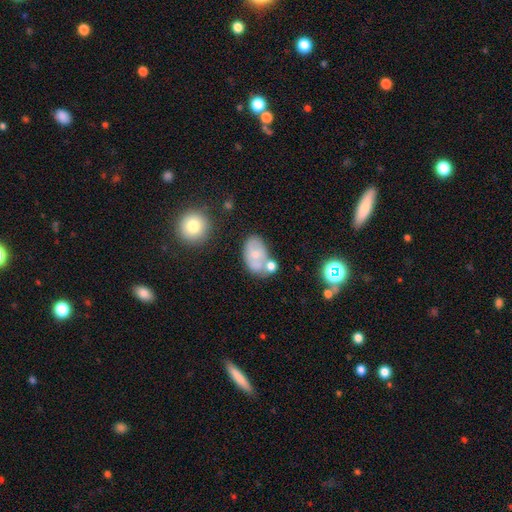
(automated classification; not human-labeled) Morphology: type=smooth (56%); roundness=in between (86%); merging=none (41%).